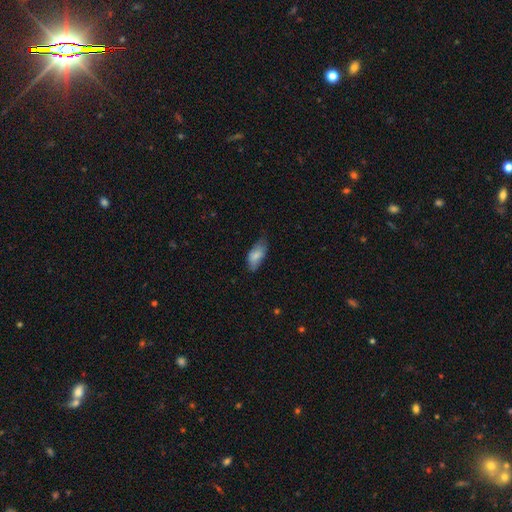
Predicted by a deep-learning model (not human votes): Q: Smooth or featured?
A: smooth (79%); runner-up: featured or disk (14%)
Q: How rounded?
A: in between (90%); runner-up: cigar-shaped (7%)
Q: Merging?
A: none (53%); runner-up: minor disturbance (36%)